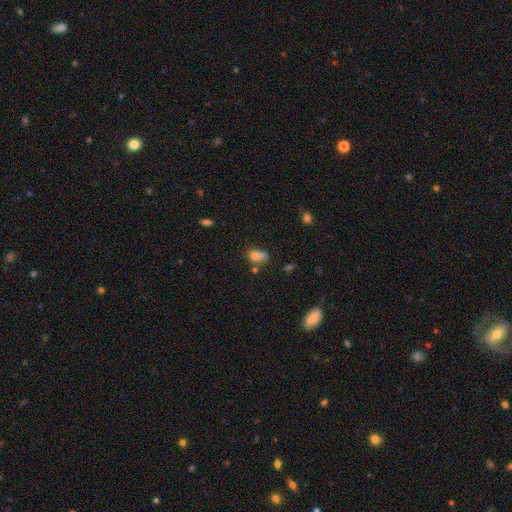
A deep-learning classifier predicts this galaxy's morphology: The model was most divided on "merging": none: 39%, minor disturbance: 27%, merger: 20%, major disturbance: 14%. More confident: smooth or featured — smooth (75%); how rounded — in between (74%).